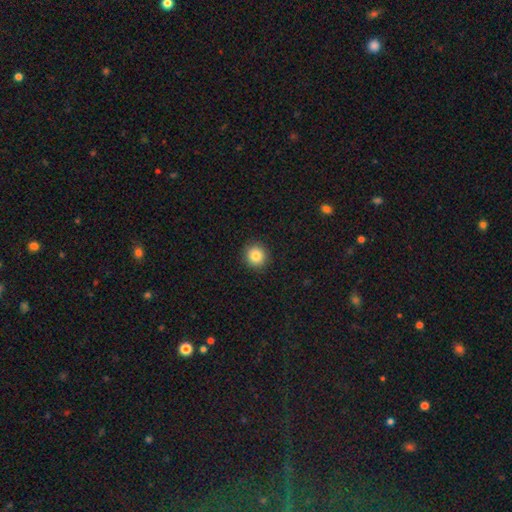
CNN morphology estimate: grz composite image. It shows a smooth galaxy with no disk features (84%) that is round (93%). Merging: none (92%).